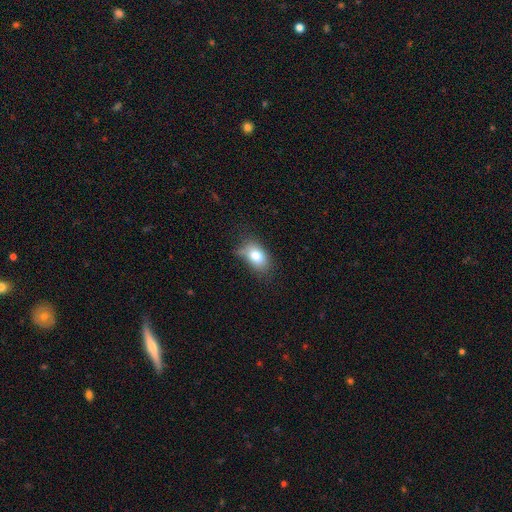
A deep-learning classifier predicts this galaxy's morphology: This is likely a smooth galaxy (79%). How rounded: clearly in between (85%). Merging: possibly none (51%).